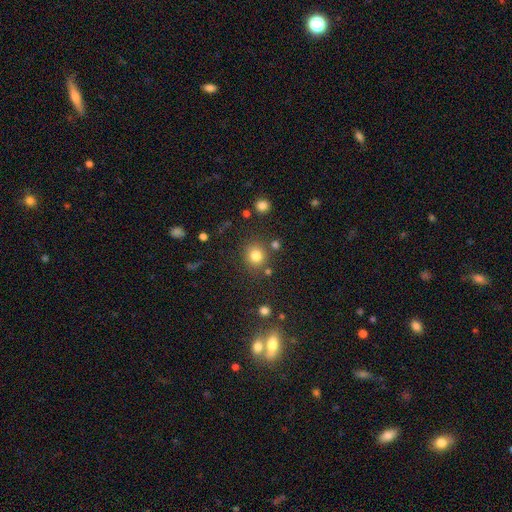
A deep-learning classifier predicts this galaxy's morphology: A smooth galaxy with no disk features (80%) that is round (89%). Merging: none (82%).